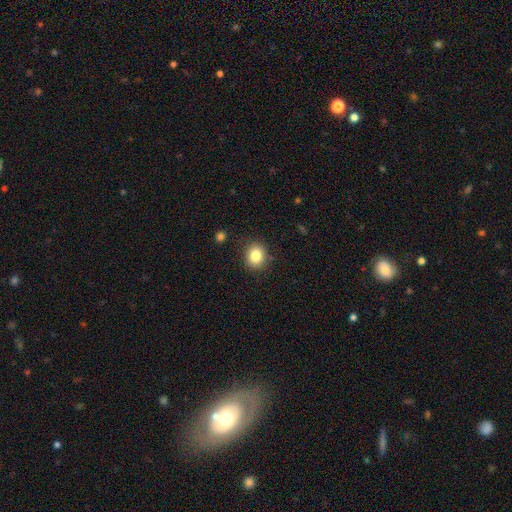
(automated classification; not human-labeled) Smooth or featured? smooth (83%)
How rounded? round (69%)
Merging? none (87%)